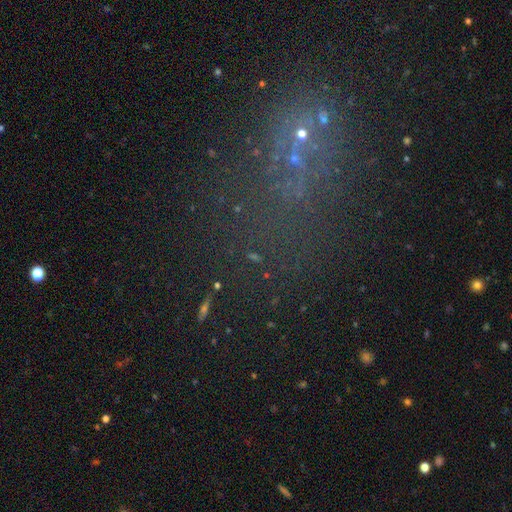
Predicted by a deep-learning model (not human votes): smooth_or_featured: star or artifact (p=0.60) [alt: smooth p=0.20]